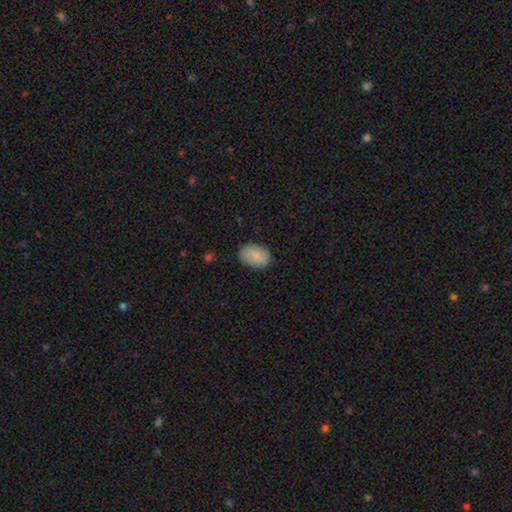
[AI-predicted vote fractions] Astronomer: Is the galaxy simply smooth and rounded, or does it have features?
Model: smooth — 85%.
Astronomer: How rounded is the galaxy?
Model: in between — 84%.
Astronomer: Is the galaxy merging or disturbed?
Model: none — 82%.